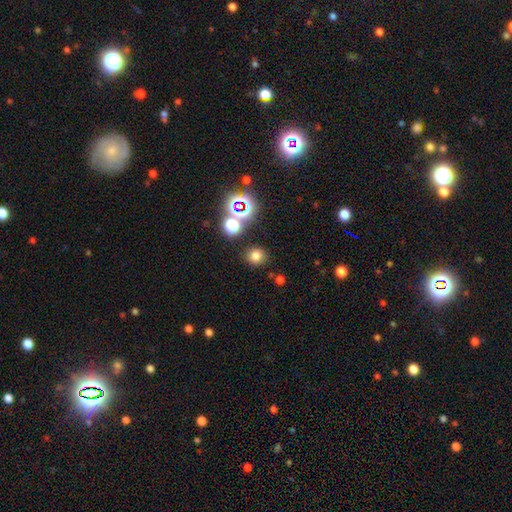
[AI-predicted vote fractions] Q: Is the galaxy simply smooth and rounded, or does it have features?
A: smooth — 72%.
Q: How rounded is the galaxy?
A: round — 84%.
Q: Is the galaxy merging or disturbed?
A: none — 84%.